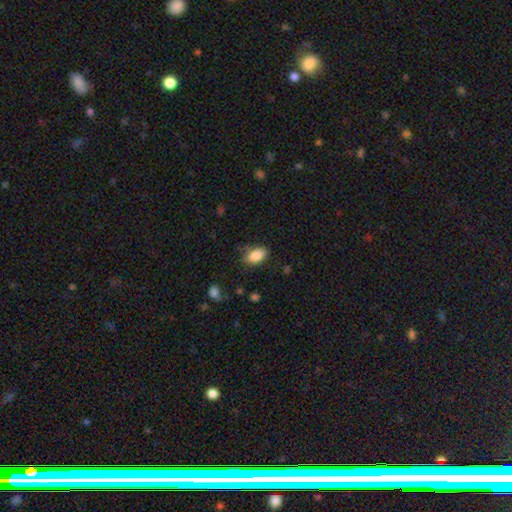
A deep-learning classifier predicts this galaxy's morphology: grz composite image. It shows a smooth galaxy with no disk features (87%) that is in between round and cigar-shaped (91%). Merging: none (74%).